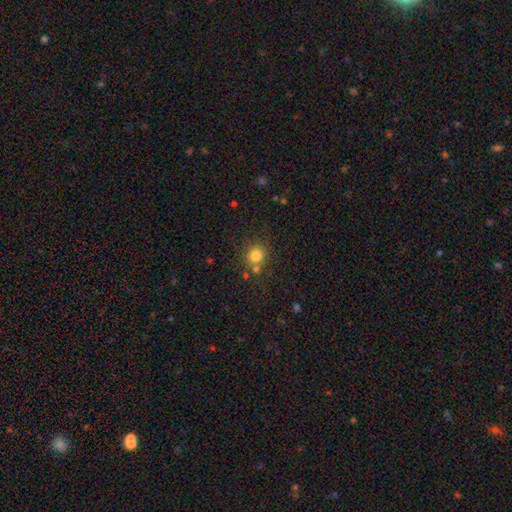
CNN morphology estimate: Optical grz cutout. It shows a smooth galaxy with no disk features (80%) that is round (87%). Merging: none (71%).